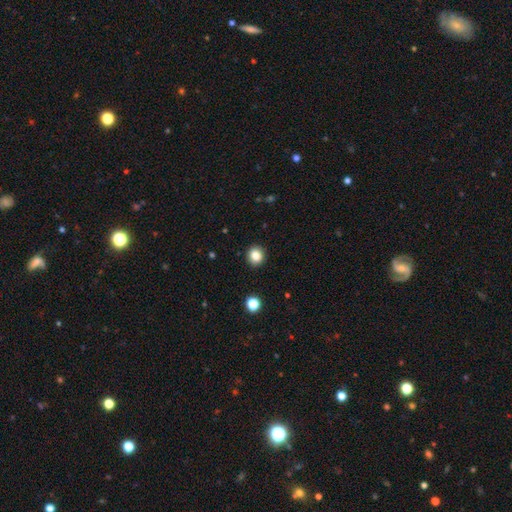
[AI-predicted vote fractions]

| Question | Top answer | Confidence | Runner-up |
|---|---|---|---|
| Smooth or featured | smooth | 83% | star or artifact (11%) |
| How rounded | round | 86% | in between (13%) |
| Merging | none | 92% | minor disturbance (5%) |